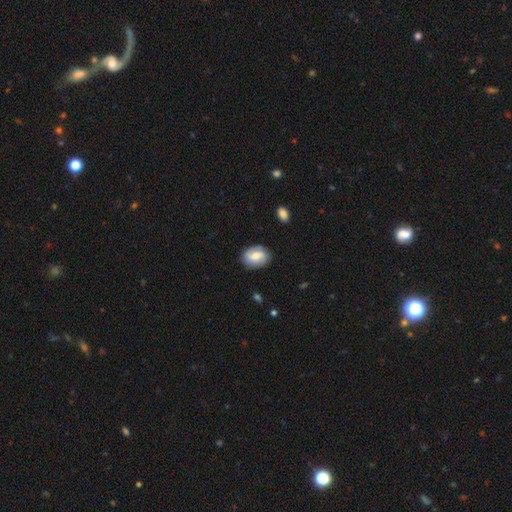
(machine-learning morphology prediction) Smooth or featured: smooth — 52% (featured or disk — 41%)
How rounded: in between — 70% (round — 28%)
Merging: none — 81% (minor disturbance — 14%)